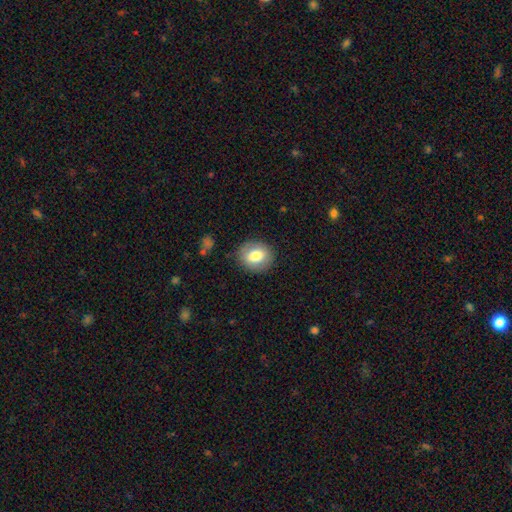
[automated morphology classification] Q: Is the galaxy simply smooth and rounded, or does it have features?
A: smooth — 76%.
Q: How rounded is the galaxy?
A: round — 68%.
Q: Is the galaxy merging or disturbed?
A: none — 86%.